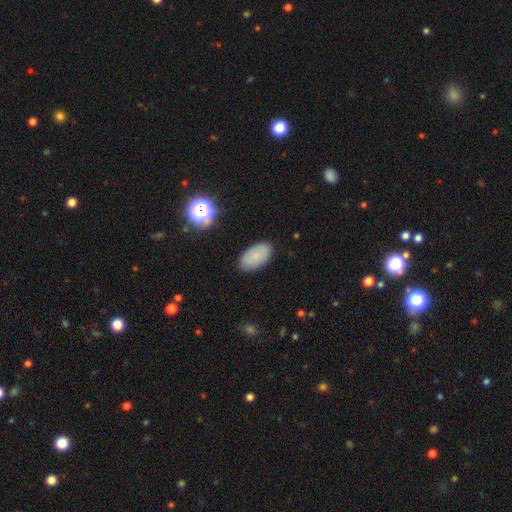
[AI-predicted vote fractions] This is likely a smooth galaxy (80%). How rounded: clearly in between (94%). Merging: clearly none (86%).